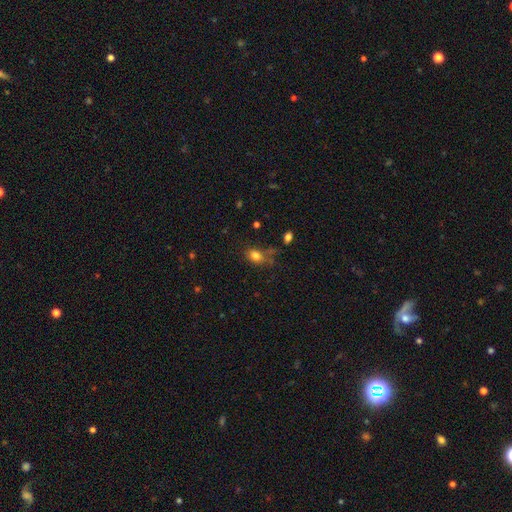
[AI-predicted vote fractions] smooth_or_featured: smooth (p=0.79) [alt: star or artifact p=0.12]
how_rounded: in between (p=0.69) [alt: round p=0.29]
merging: none (p=0.59) [alt: minor disturbance p=0.23]